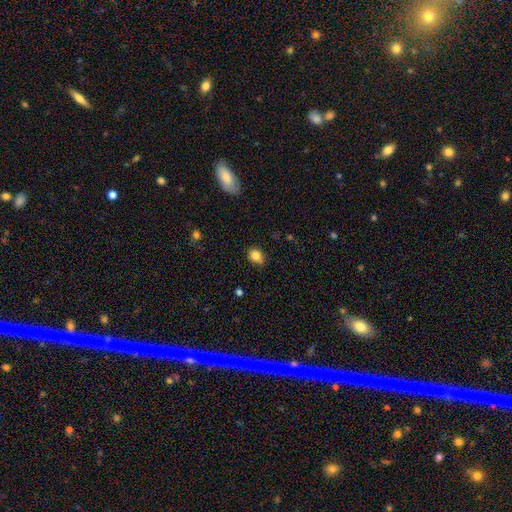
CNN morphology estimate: Smooth or featured: smooth — 82% (star or artifact — 10%)
How rounded: round — 53% (in between — 46%)
Merging: none — 81% (minor disturbance — 15%)